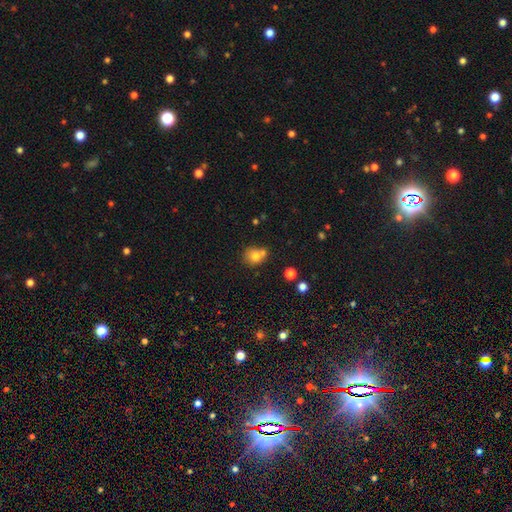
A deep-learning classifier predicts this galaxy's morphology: Q: Smooth or featured?
A: smooth (76%); runner-up: star or artifact (12%)
Q: How rounded?
A: round (72%); runner-up: in between (27%)
Q: Merging?
A: none (47%); runner-up: merger (35%)